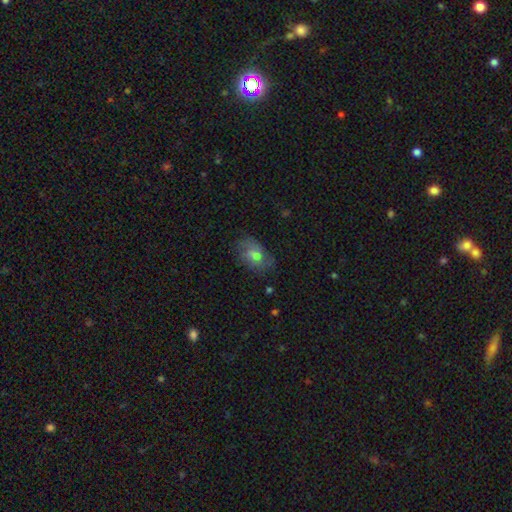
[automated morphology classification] A smooth galaxy with no disk features (54%) that is in between round and cigar-shaped (84%). Merging: none (61%).